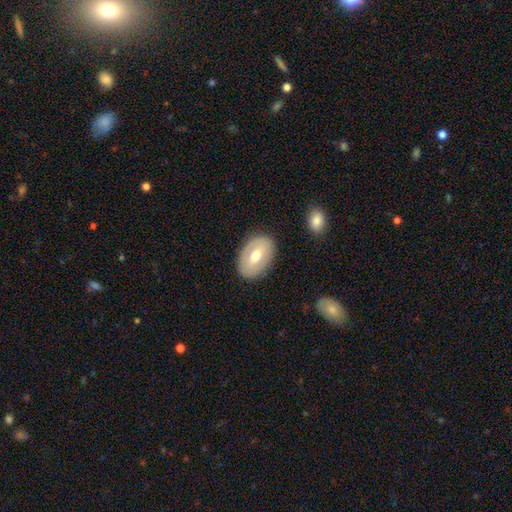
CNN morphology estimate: This is possibly a smooth galaxy (52%). How rounded: clearly in between (86%). Merging: clearly none (85%).